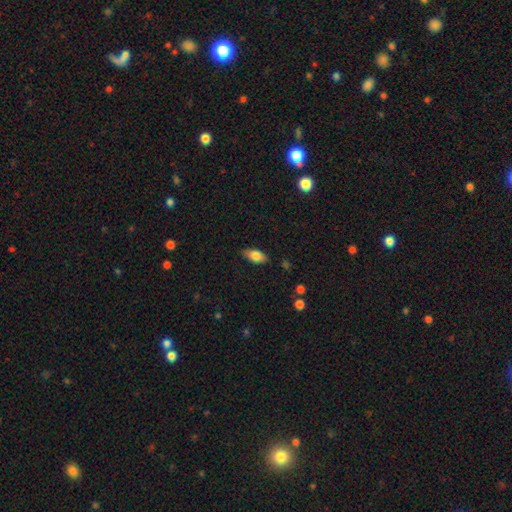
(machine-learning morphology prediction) smooth-or-featured: smooth: 78% | featured or disk: 15% | star or artifact: 7%
  how-rounded: in between: 88% | cigar-shaped: 8% | round: 4%
  merging: none: 82% | minor disturbance: 14% | major disturbance: 3% | merger: 1%